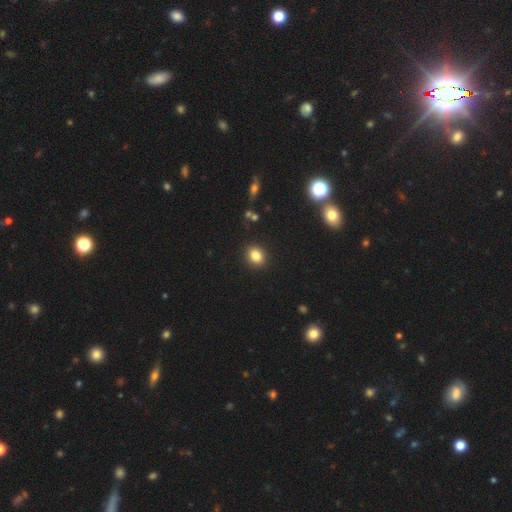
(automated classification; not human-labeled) Smooth or featured? smooth (83%)
How rounded? in between (56%)
Merging? none (90%)